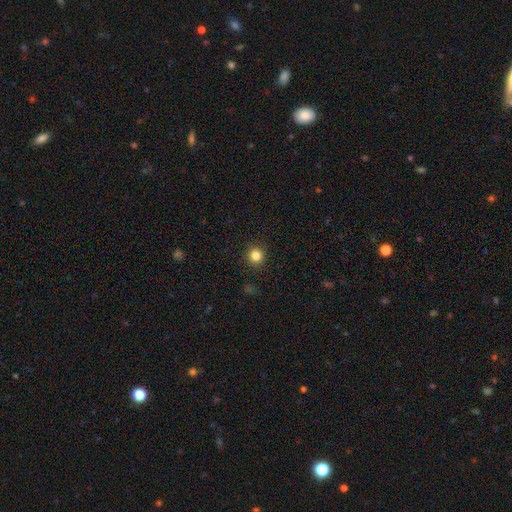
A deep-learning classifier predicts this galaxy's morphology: The model was most divided on "smooth or featured": smooth: 84%, star or artifact: 12%, featured or disk: 5%. More confident: how rounded — round (94%); merging — none (92%).